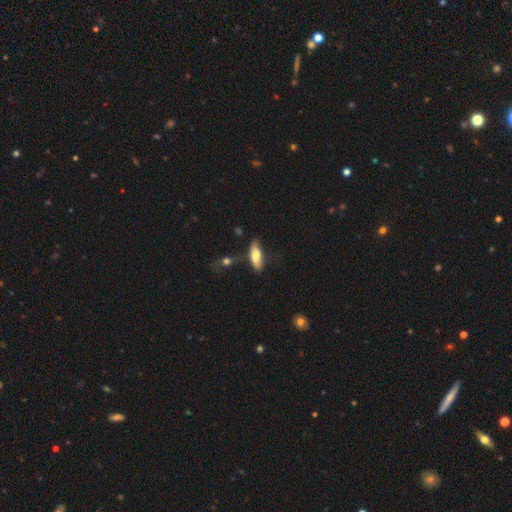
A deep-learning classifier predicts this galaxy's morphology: Smooth or featured? Predicted: smooth (p=0.71). How rounded? Predicted: in between (p=0.70). Merging? Predicted: none (p=0.60).